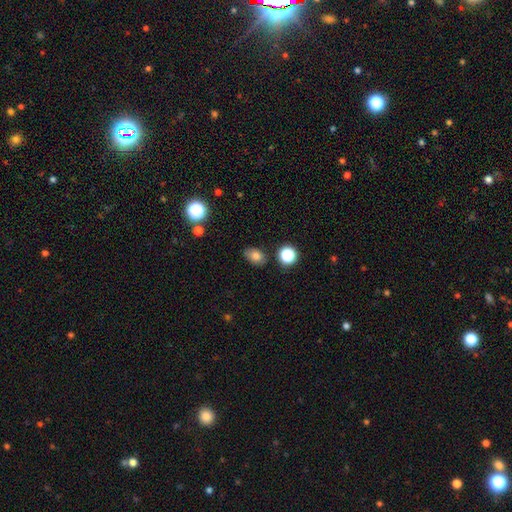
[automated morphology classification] type=smooth (79%); roundness=in between (77%); merging=none (77%).